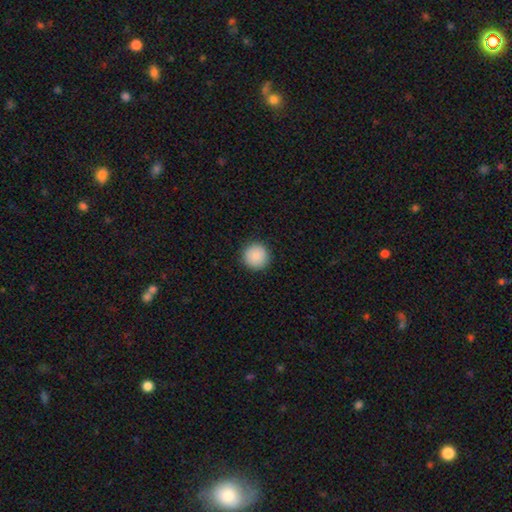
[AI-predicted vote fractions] The model was most divided on "smooth or featured": smooth: 88%, star or artifact: 8%, featured or disk: 4%. More confident: how rounded — round (96%); merging — none (92%).